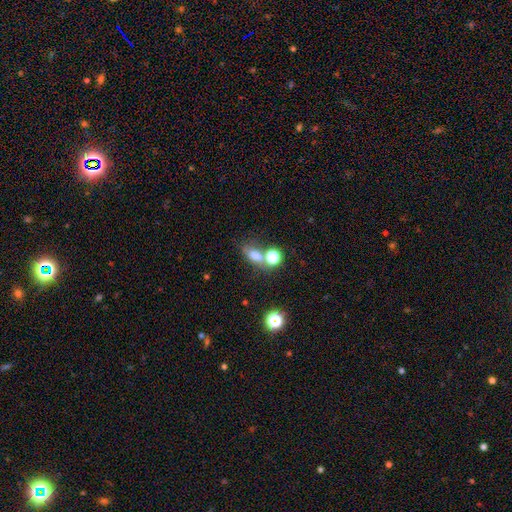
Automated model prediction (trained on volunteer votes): Smooth or featured?
  - smooth: 70% *
  - star or artifact: 18%
  - featured or disk: 12%
How rounded?
  - in between: 67% *
  - round: 25%
  - cigar-shaped: 8%
Merging?
  - none: 49% *
  - merger: 32%
  - minor disturbance: 13%
  - major disturbance: 7%